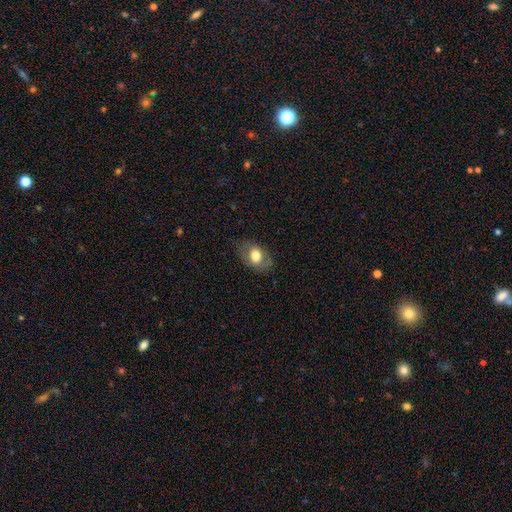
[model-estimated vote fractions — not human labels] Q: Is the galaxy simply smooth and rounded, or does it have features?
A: smooth — 66%.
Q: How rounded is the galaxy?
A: in between — 78%.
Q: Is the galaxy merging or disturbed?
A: none — 75%.